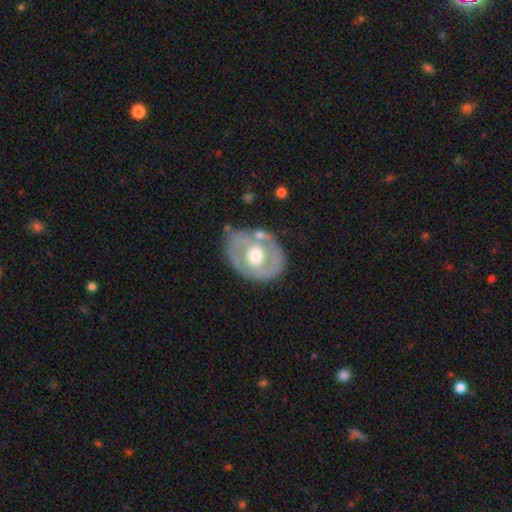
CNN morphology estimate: smooth_or_featured: featured or disk (p=0.65) [alt: smooth p=0.31]
disk_edge_on: no (p=0.95) [alt: yes p=0.05]
bar: no (p=0.75) [alt: weak p=0.19]
has_spiral_arms: no (p=0.67) [alt: yes p=0.33]
bulge_size: moderate (p=0.69) [alt: large p=0.20]
merging: none (p=0.67) [alt: minor disturbance p=0.19]